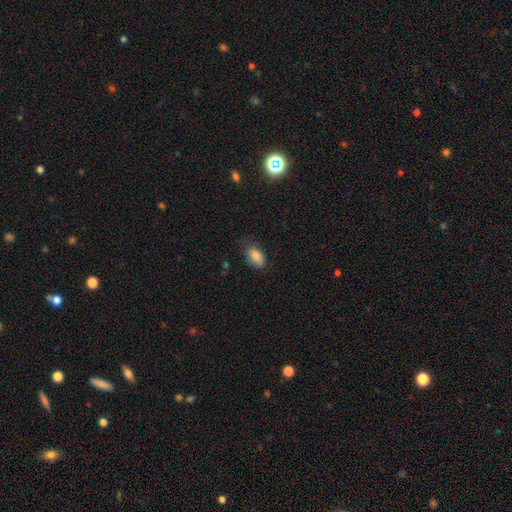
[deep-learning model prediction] Smooth or featured?
  - smooth: 84% *
  - star or artifact: 8%
  - featured or disk: 8%
How rounded?
  - in between: 92% *
  - round: 6%
  - cigar-shaped: 2%
Merging?
  - none: 63% *
  - minor disturbance: 29%
  - major disturbance: 7%
  - merger: 1%